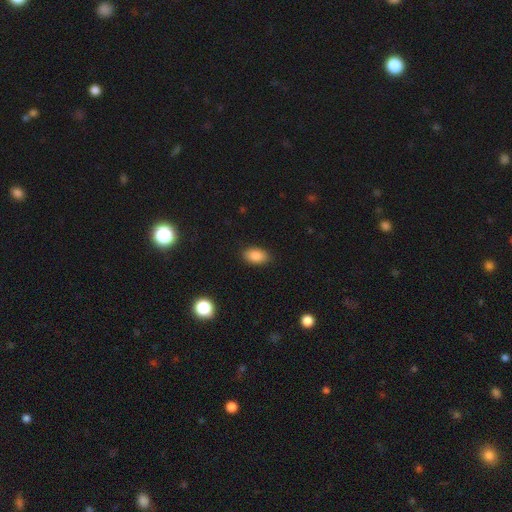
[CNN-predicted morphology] Overall: smooth (87%). How rounded: in between (91%). Merging: none (87%).